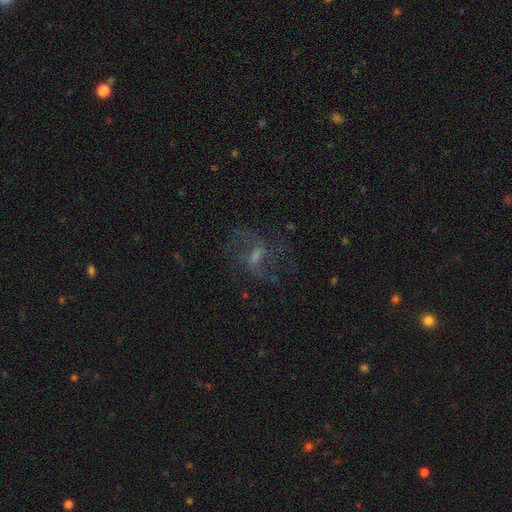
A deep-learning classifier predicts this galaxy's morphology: Smooth or featured? featured or disk (69%)
Edge-on disk? no (95%)
Bar? weak (56%)
Spiral arms? yes (83%)
Spiral winding? loose (63%)
Spiral arm count? 2 (70%)
Bulge size? small (36%)
Merging? none (59%)